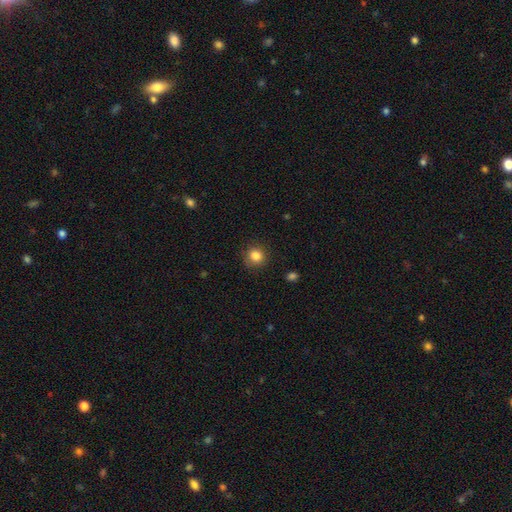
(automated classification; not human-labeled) A smooth galaxy with no disk features (84%) that is round (87%). Merging: none (85%).